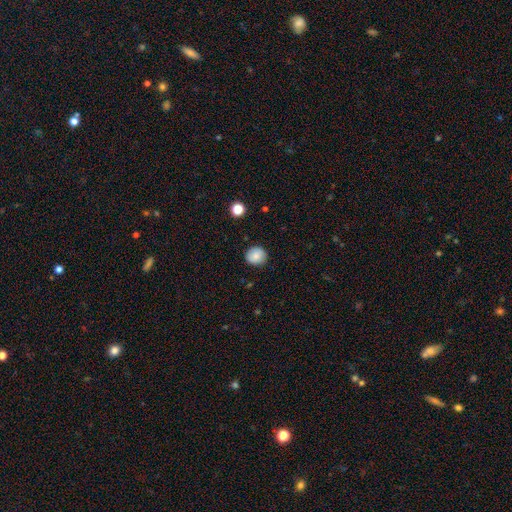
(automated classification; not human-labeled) smooth-or-featured: smooth: 84% | star or artifact: 9% | featured or disk: 8%
  how-rounded: round: 87% | in between: 13% | cigar-shaped: 1%
  merging: none: 86% | minor disturbance: 10% | major disturbance: 2% | merger: 1%